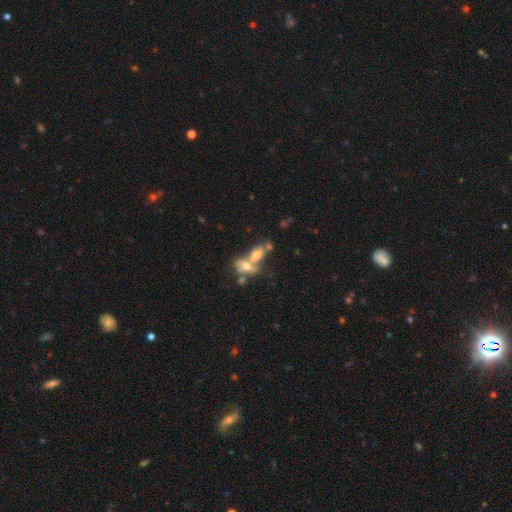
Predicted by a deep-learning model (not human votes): This is possibly a smooth galaxy (52%). How rounded: likely in between (69%). Merging: likely merger (70%).